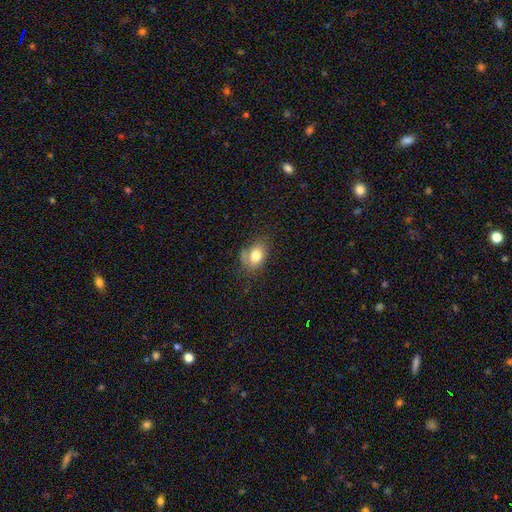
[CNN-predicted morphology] type=smooth (77%); roundness=in between (78%); merging=none (58%).